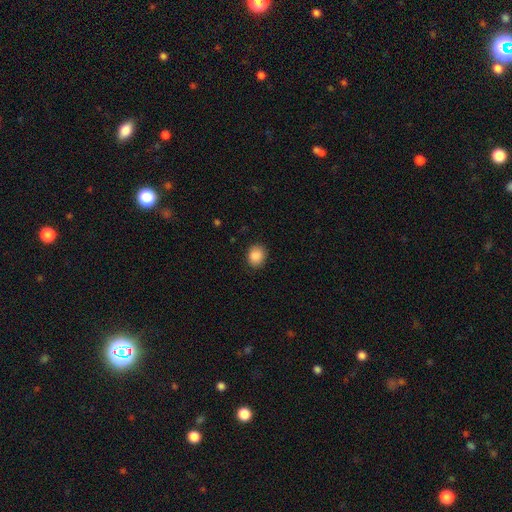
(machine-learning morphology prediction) smooth-or-featured: smooth: 89% | star or artifact: 8% | featured or disk: 3%
  how-rounded: round: 68% | in between: 31% | cigar-shaped: 1%
  merging: none: 86% | minor disturbance: 10% | major disturbance: 3% | merger: 1%